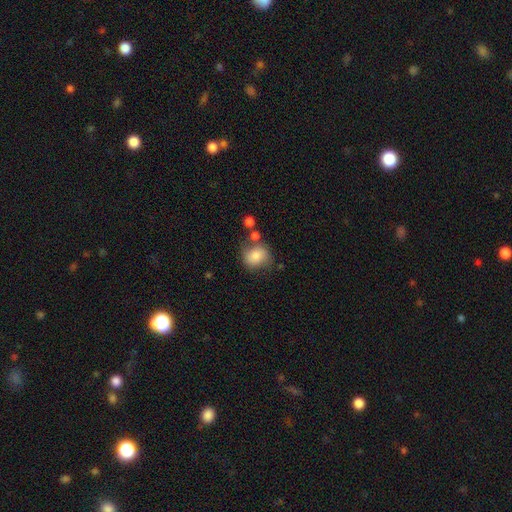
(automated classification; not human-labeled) A smooth galaxy with no disk features (77%) that is round (71%).

Vote fractions:
- Smooth or featured? smooth: 77% / featured or disk: 14% / star or artifact: 9%
- How rounded? round: 71% / in between: 28% / cigar-shaped: 1%
- Merging? none: 59% / minor disturbance: 20% / merger: 13% / major disturbance: 7%